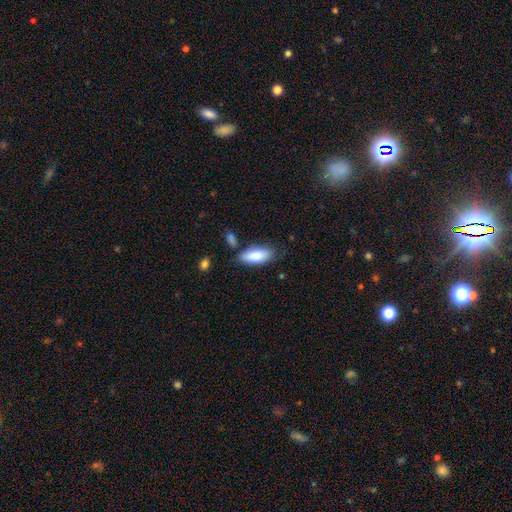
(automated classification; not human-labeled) This is clearly a smooth galaxy (83%). How rounded: clearly in between (82%). Merging: likely none (71%).